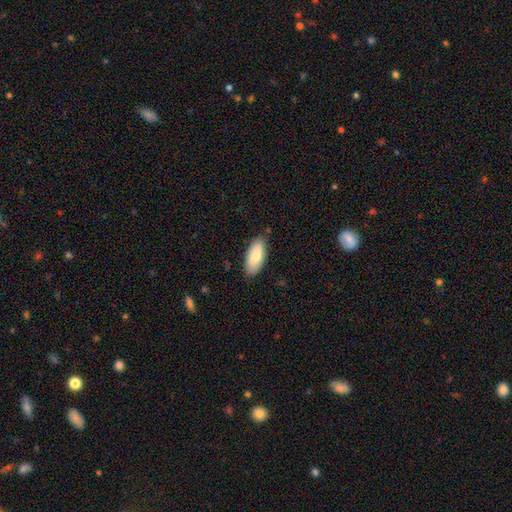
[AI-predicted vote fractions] Overall: smooth (79%). How rounded: in between (86%). Merging: none (83%).